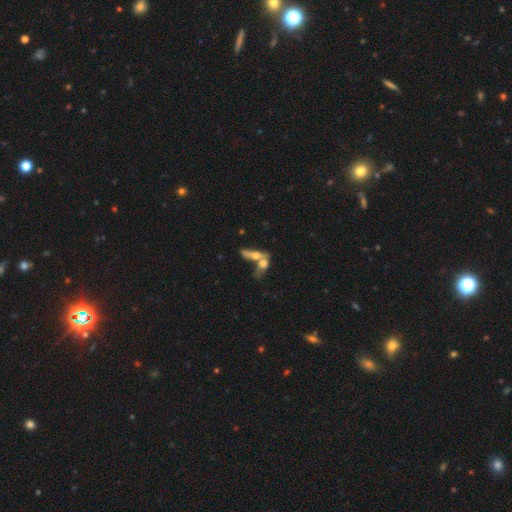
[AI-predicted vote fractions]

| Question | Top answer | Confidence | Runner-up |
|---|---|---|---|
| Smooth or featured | smooth | 47% | featured or disk (42%) |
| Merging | merger | 64% | none (19%) |